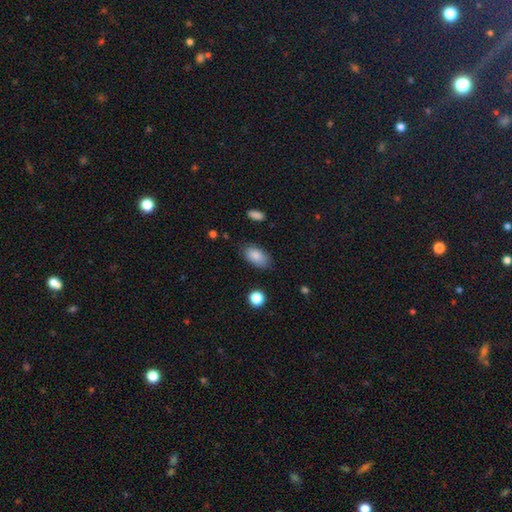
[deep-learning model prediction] smooth 85%, featured or disk 7%, star or artifact 7%. Down the decision tree: how rounded — in between (92%); merging — none (79%).